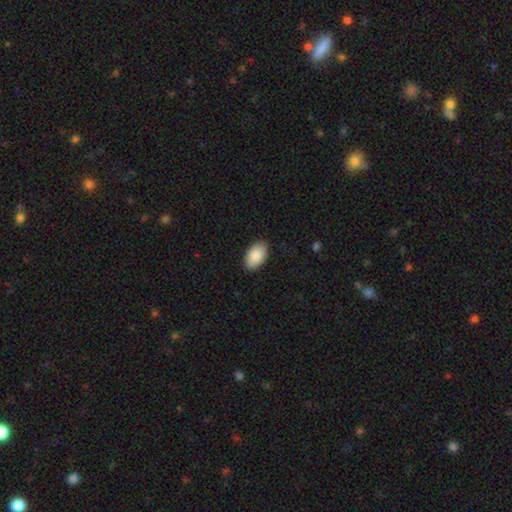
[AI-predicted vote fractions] Smooth or featured? Predicted: smooth (p=0.87). How rounded? Predicted: in between (p=0.94). Merging? Predicted: none (p=0.88).